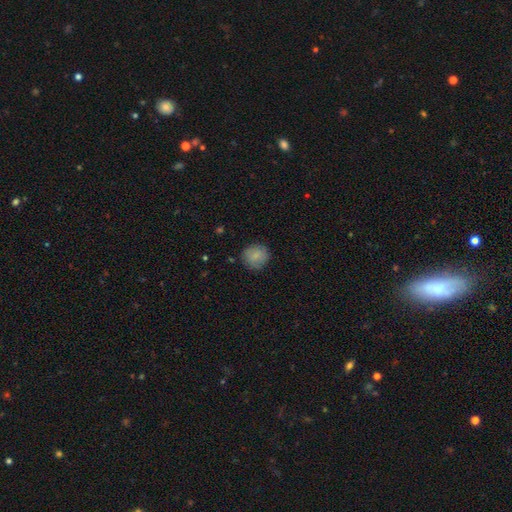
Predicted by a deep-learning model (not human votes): The model was most divided on "merging": none: 84%, minor disturbance: 12%, major disturbance: 3%, merger: 1%. More confident: how rounded — round (87%); smooth or featured — smooth (84%).